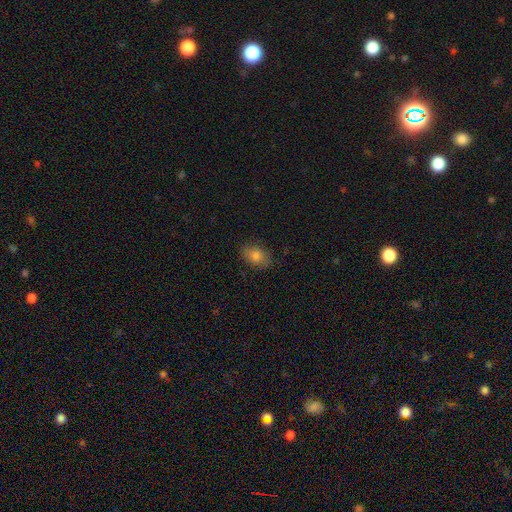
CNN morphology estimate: This appears to be a smooth galaxy with no disk features (81%) that is in between round and cigar-shaped (83%). Merging: none (85%).